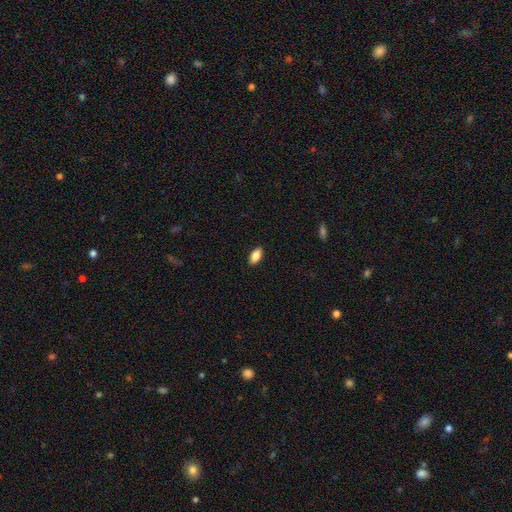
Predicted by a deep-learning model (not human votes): Q: Smooth or featured?
A: smooth (86%); runner-up: star or artifact (7%)
Q: How rounded?
A: in between (91%); runner-up: cigar-shaped (6%)
Q: Merging?
A: none (89%); runner-up: minor disturbance (8%)